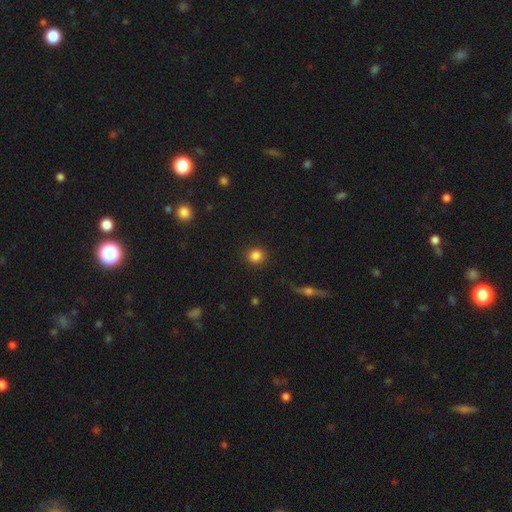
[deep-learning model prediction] Smooth or featured: smooth — 85% (star or artifact — 10%)
How rounded: round — 92% (in between — 7%)
Merging: none — 90% (minor disturbance — 6%)